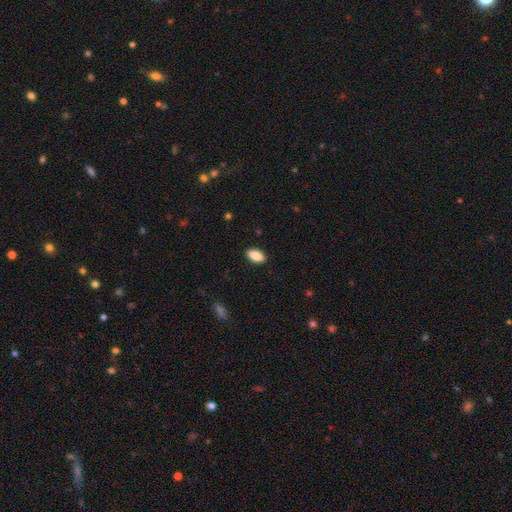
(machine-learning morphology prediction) smooth-or-featured: smooth: 88% | star or artifact: 7% | featured or disk: 5%
  how-rounded: in between: 90% | cigar-shaped: 7% | round: 3%
  merging: none: 90% | minor disturbance: 8% | major disturbance: 2% | merger: 1%